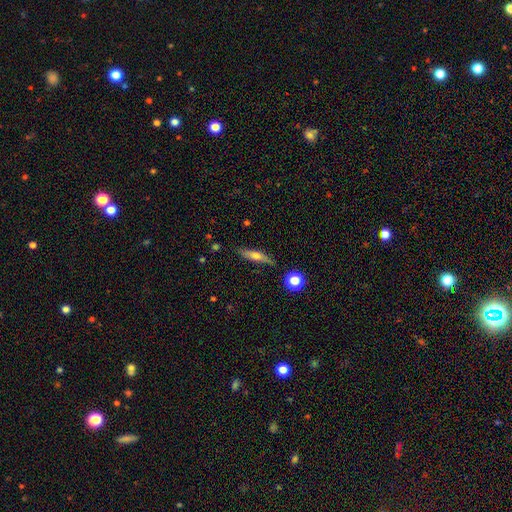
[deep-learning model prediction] Q: Smooth or featured?
A: smooth (51%); runner-up: featured or disk (41%)
Q: How rounded?
A: cigar-shaped (76%); runner-up: in between (21%)
Q: Merging?
A: none (82%); runner-up: minor disturbance (13%)